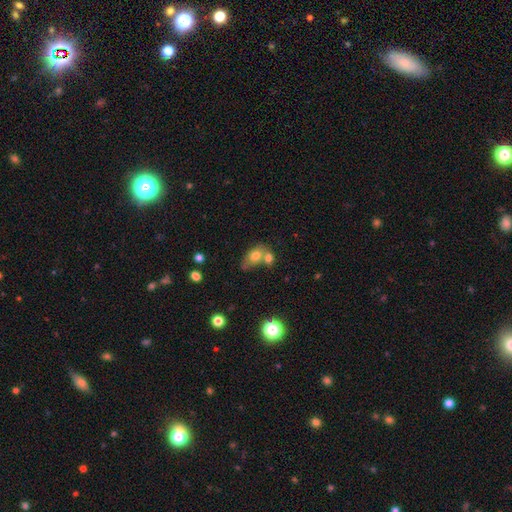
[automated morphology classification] A smooth galaxy with no disk features (73%) that is in between round and cigar-shaped (75%). Merging: merger (53%).